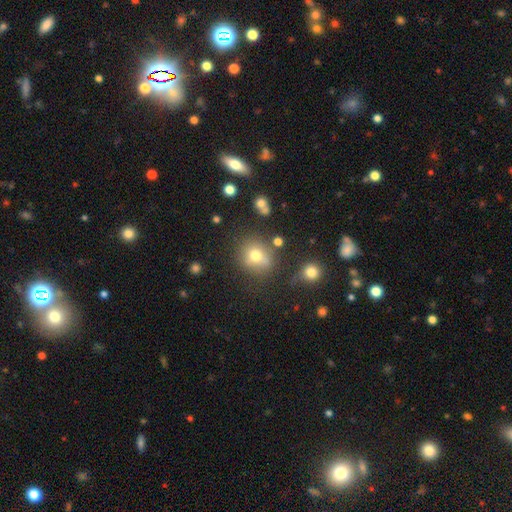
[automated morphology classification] Smooth or featured: smooth — 69% (featured or disk — 16%)
How rounded: round — 78% (in between — 20%)
Merging: none — 68% (minor disturbance — 17%)